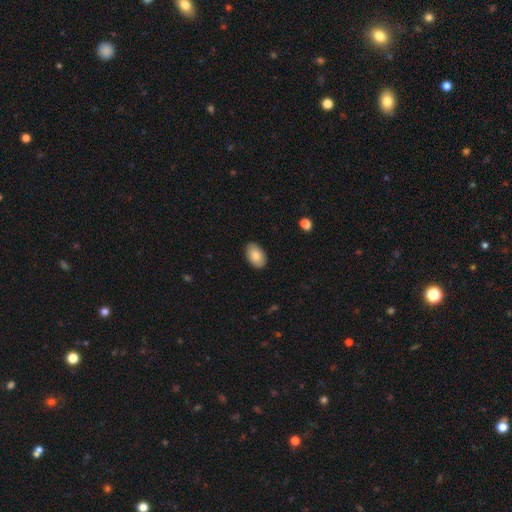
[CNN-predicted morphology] Smooth or featured? Predicted: smooth (p=0.84). How rounded? Predicted: in between (p=0.93). Merging? Predicted: none (p=0.87).